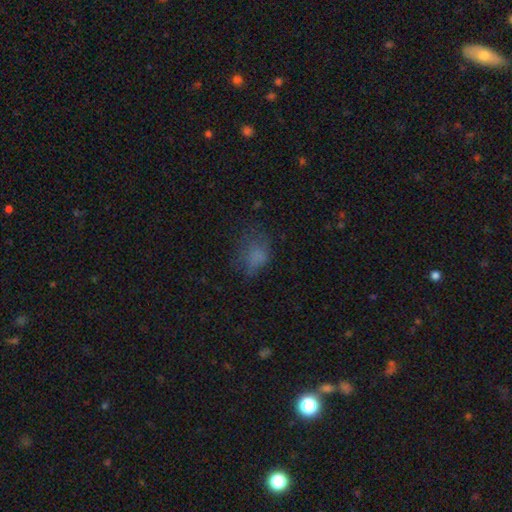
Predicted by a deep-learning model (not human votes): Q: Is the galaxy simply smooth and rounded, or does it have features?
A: smooth — 67%.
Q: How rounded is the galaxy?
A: in between — 64%.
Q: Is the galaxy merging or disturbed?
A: none — 47%.